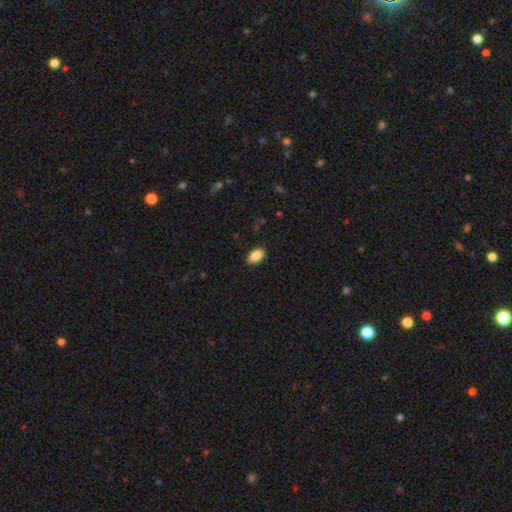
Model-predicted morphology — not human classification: type=smooth (86%); roundness=in between (93%); merging=none (89%).